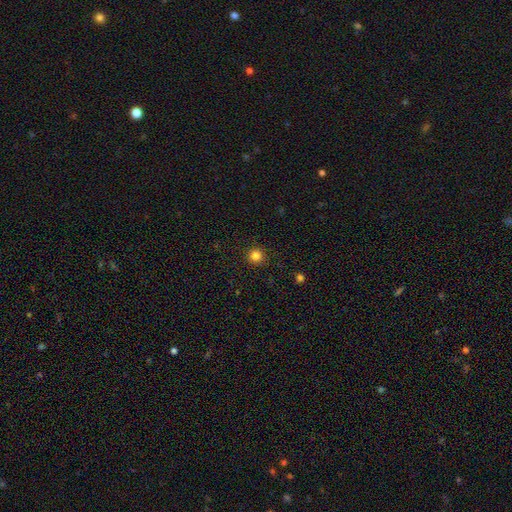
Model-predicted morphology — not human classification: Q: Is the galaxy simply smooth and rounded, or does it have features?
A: smooth — 83%.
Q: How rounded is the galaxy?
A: round — 94%.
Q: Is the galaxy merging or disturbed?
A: none — 91%.